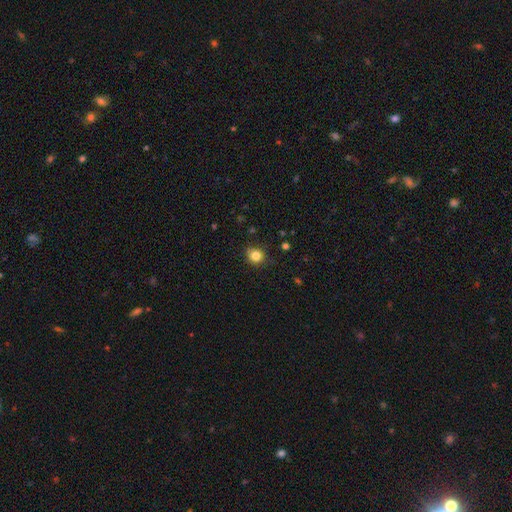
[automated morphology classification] Smooth or featured?
  - smooth: 82% *
  - star or artifact: 12%
  - featured or disk: 5%
How rounded?
  - round: 84% *
  - in between: 15%
  - cigar-shaped: 1%
Merging?
  - none: 82% *
  - minor disturbance: 14%
  - major disturbance: 3%
  - merger: 1%